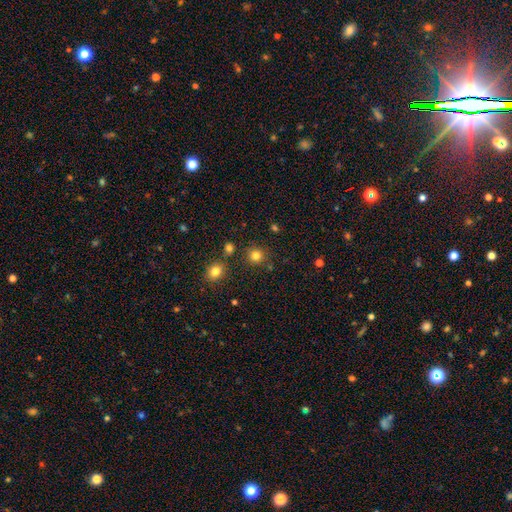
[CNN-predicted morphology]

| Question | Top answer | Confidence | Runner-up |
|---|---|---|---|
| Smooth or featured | smooth | 81% | star or artifact (14%) |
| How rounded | round | 91% | in between (8%) |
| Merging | none | 83% | minor disturbance (8%) |